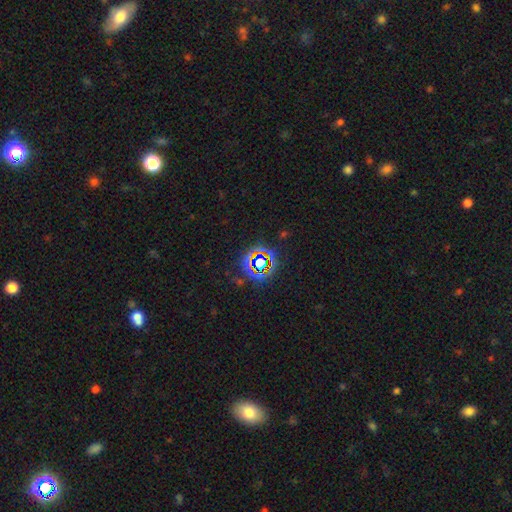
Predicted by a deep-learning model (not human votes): Q: Smooth or featured?
A: star or artifact (72%); runner-up: smooth (17%)